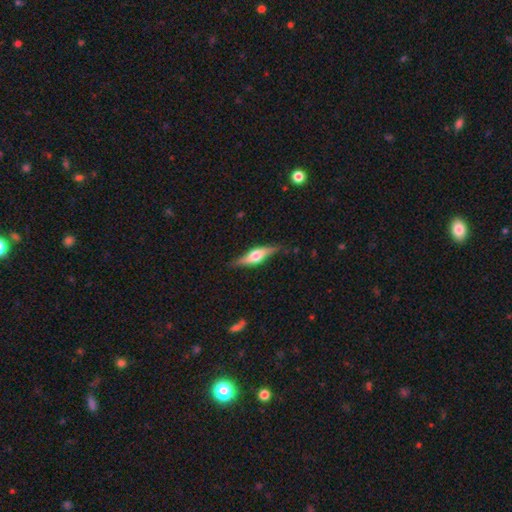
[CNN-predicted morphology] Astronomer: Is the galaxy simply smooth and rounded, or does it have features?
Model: featured or disk — 64%.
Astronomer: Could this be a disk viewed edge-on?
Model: yes — 89%.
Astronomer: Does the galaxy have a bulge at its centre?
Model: rounded — 90%.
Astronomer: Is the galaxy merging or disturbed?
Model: none — 78%.